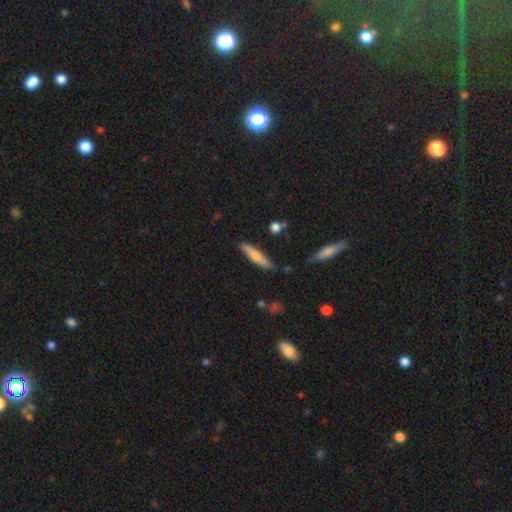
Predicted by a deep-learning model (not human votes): Q: Smooth or featured?
A: smooth (64%); runner-up: featured or disk (30%)
Q: How rounded?
A: cigar-shaped (83%); runner-up: in between (16%)
Q: Merging?
A: none (83%); runner-up: minor disturbance (12%)